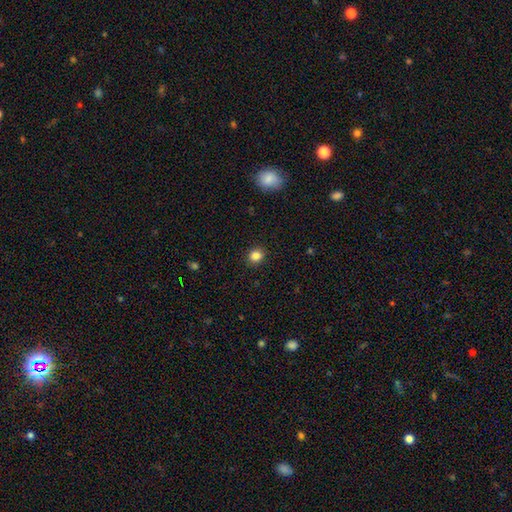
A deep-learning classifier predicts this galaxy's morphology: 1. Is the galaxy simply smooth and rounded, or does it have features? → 84% smooth, 11% star or artifact, 4% featured or disk.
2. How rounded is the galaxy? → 81% round, 18% in between, 1% cigar-shaped.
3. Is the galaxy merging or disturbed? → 91% none, 6% minor disturbance, 2% major disturbance, 1% merger.